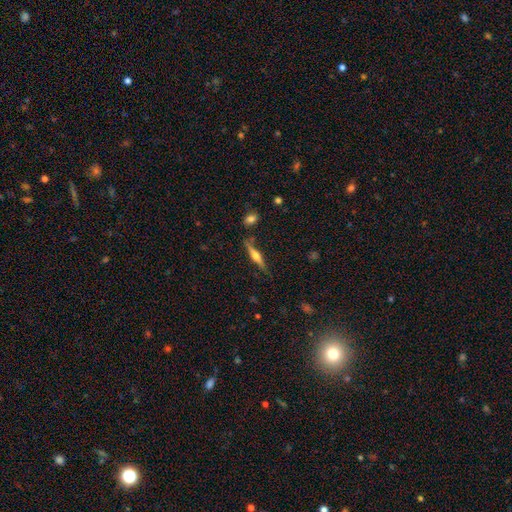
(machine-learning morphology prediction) Smooth or featured? featured or disk (65%)
Edge-on disk? yes (97%)
Edge-on bulge? rounded (90%)
Merging? none (80%)